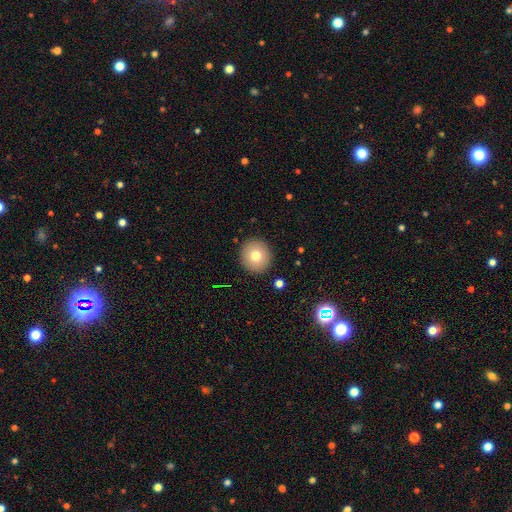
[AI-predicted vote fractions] Smooth or featured?
  - smooth: 76% *
  - featured or disk: 14%
  - star or artifact: 10%
How rounded?
  - round: 90% *
  - in between: 9%
  - cigar-shaped: 1%
Merging?
  - none: 91% *
  - minor disturbance: 6%
  - major disturbance: 2%
  - merger: 1%